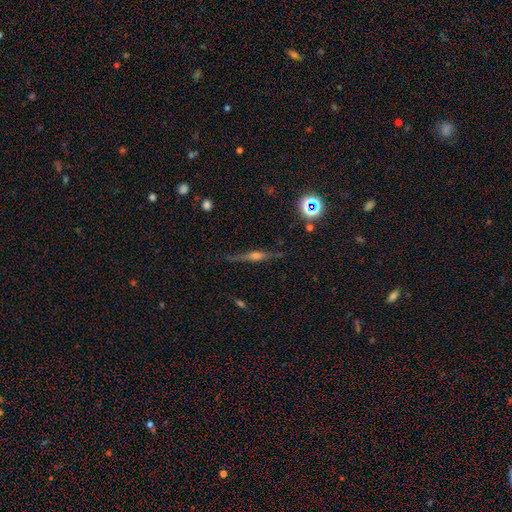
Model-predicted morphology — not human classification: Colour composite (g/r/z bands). It shows a featured or disk galaxy (68%) viewed edge-on (96%) with a rounded central bulge (81%). Merging: none (82%).